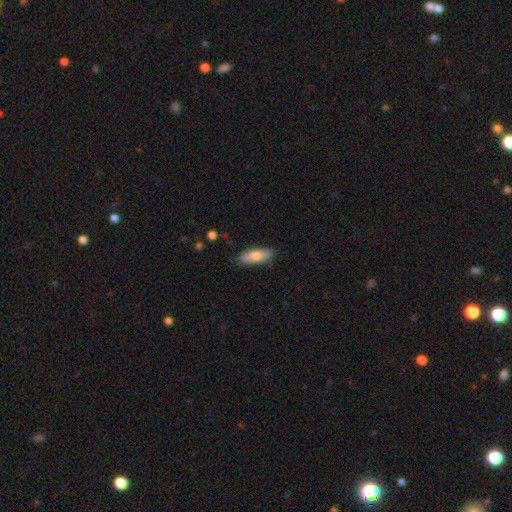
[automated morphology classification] A smooth galaxy with no disk features (77%) that is in between round and cigar-shaped (66%). Merging: none (77%).